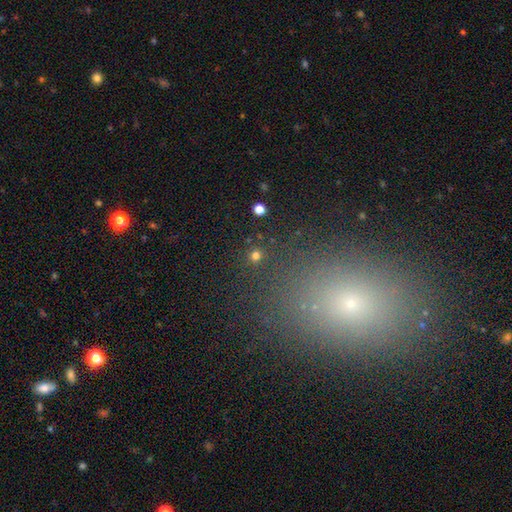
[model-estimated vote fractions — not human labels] smooth-or-featured: smooth: 75% | star or artifact: 20% | featured or disk: 5%
  how-rounded: round: 95% | in between: 4% | cigar-shaped: 1%
  merging: none: 90% | minor disturbance: 5% | merger: 3% | major disturbance: 3%